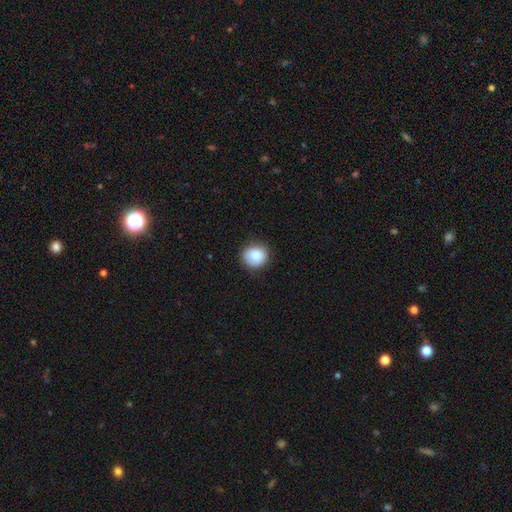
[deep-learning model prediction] Q: Smooth or featured?
A: smooth (85%); runner-up: star or artifact (8%)
Q: How rounded?
A: round (85%); runner-up: in between (14%)
Q: Merging?
A: none (82%); runner-up: minor disturbance (15%)